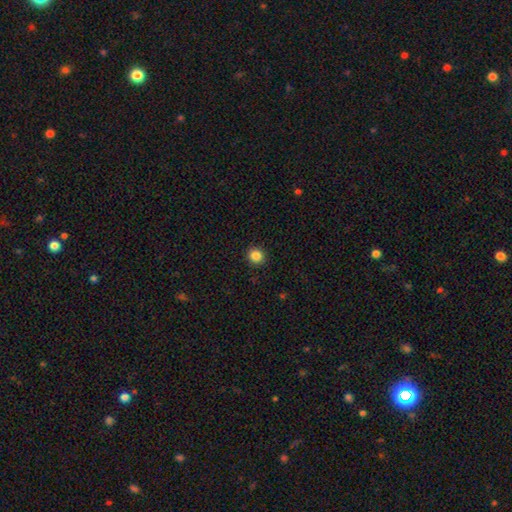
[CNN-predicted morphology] Smooth or featured?
  - smooth: 86% *
  - star or artifact: 10%
  - featured or disk: 4%
How rounded?
  - round: 91% *
  - in between: 9%
  - cigar-shaped: 1%
Merging?
  - none: 92% *
  - minor disturbance: 6%
  - major disturbance: 2%
  - merger: 1%